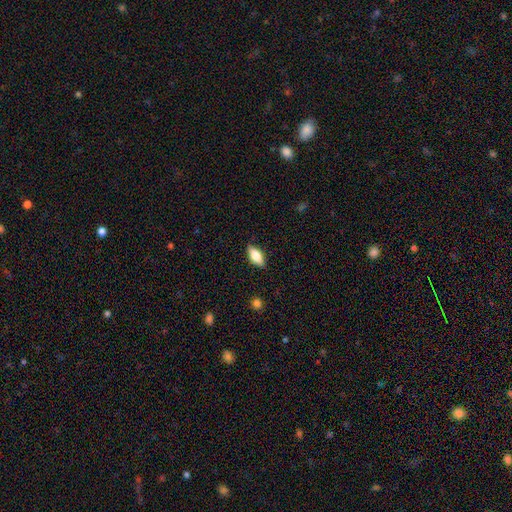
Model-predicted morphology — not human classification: Smooth or featured?
  - smooth: 61% *
  - featured or disk: 32%
  - star or artifact: 7%
How rounded?
  - in between: 77% *
  - cigar-shaped: 19%
  - round: 4%
Merging?
  - none: 86% *
  - minor disturbance: 11%
  - major disturbance: 2%
  - merger: 1%